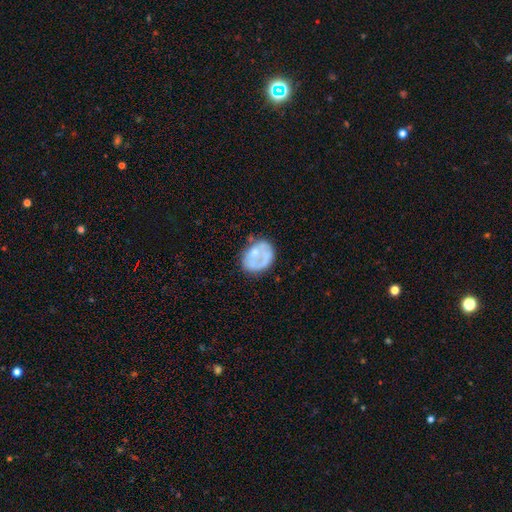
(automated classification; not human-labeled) Smooth or featured? Predicted: smooth (p=0.52). How rounded? Predicted: in between (p=0.58). Merging? Predicted: none (p=0.46).